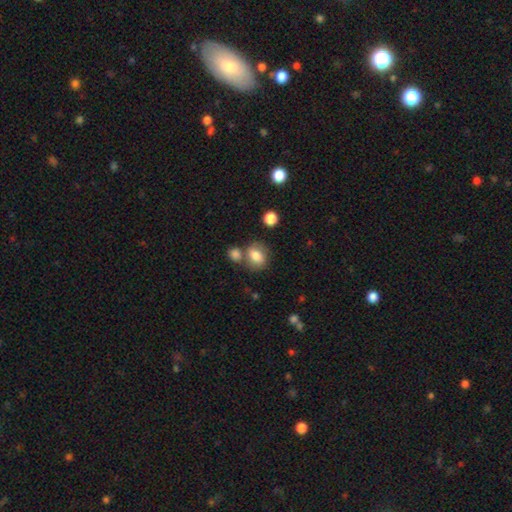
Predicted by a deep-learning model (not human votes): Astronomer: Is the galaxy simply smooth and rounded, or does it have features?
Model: smooth — 80%.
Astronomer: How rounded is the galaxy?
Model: in between — 63%.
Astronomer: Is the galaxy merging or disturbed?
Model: none — 55%.